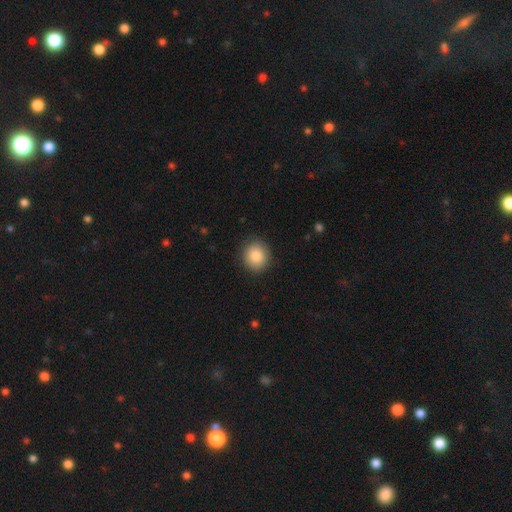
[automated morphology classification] Smooth or featured: smooth — 86% (star or artifact — 8%)
How rounded: round — 84% (in between — 15%)
Merging: none — 90% (minor disturbance — 7%)